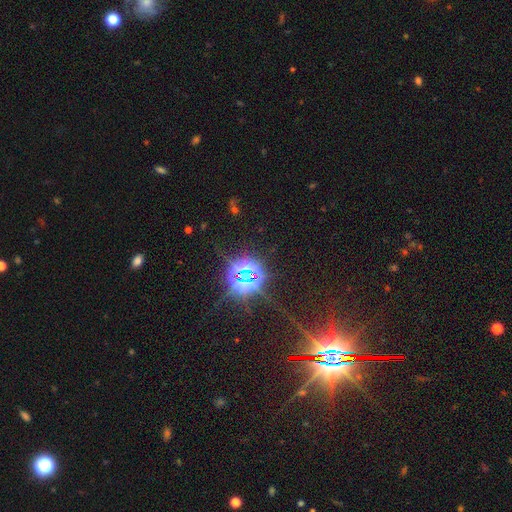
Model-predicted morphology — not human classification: This is clearly a star or artifact rather than a galaxy (81%).